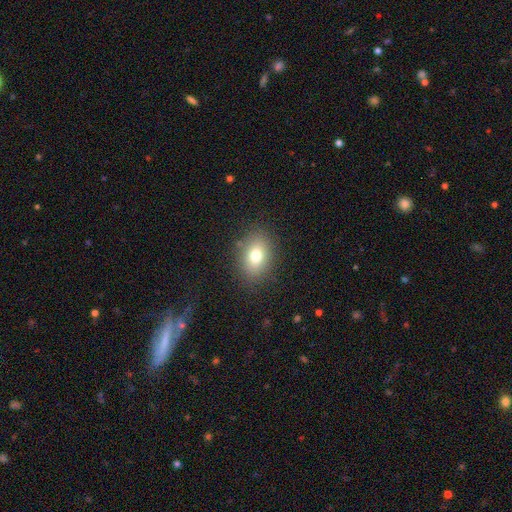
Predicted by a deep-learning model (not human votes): A smooth galaxy with no disk features (76%) that is in between round and cigar-shaped (73%). Merging: none (84%).